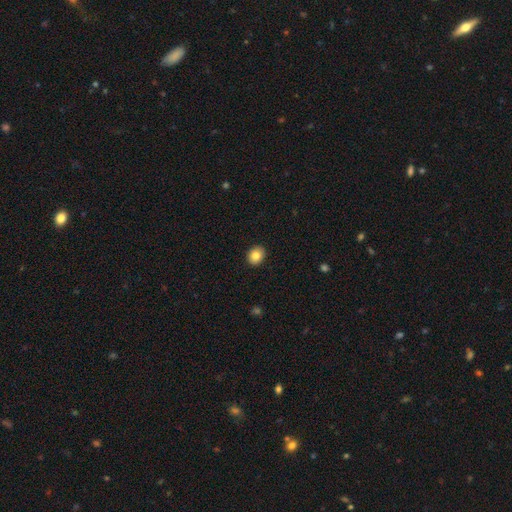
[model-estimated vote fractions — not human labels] smooth 83%, star or artifact 9%, featured or disk 8%. Down the decision tree: how rounded — round (61%); merging — none (91%).